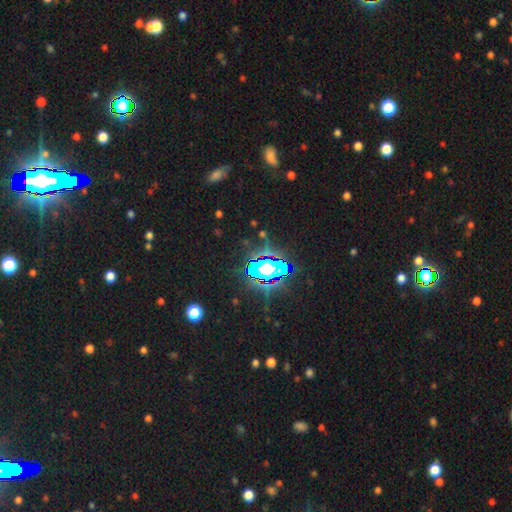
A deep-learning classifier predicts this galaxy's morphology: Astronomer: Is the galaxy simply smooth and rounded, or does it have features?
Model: star or artifact — 79%.